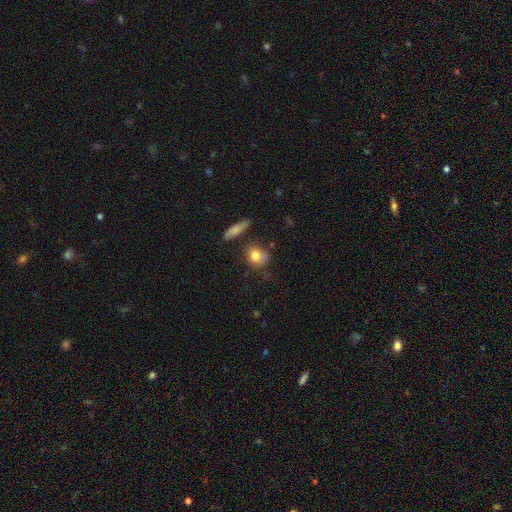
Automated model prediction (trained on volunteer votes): A smooth galaxy with no disk features (78%) that is round (60%). Merging: none (61%).